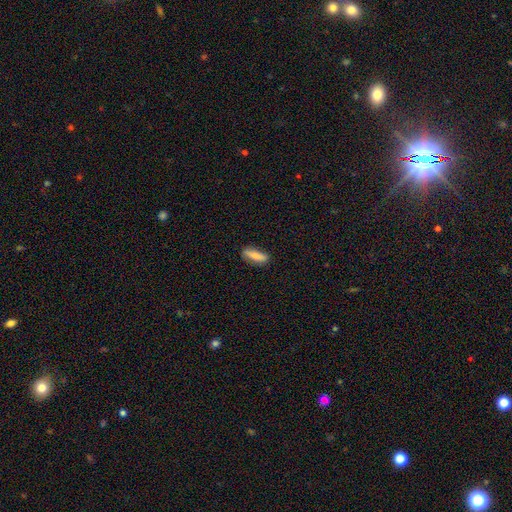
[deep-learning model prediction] Smooth or featured? Predicted: smooth (p=0.78). How rounded? Predicted: cigar-shaped (p=0.53). Merging? Predicted: none (p=0.85).